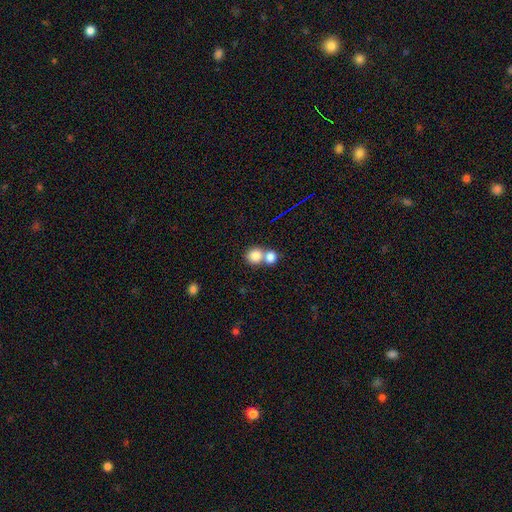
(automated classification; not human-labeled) Smooth or featured? smooth (81%)
How rounded? round (80%)
Merging? merger (56%)